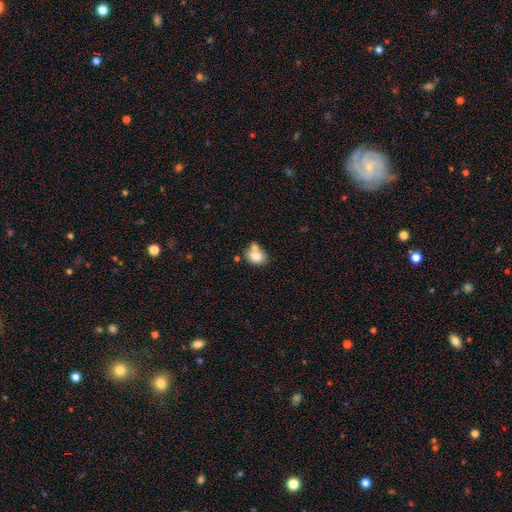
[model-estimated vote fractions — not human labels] smooth 79%, featured or disk 12%, star or artifact 9%. Down the decision tree: how rounded — in between (60%); merging — merger (40%).